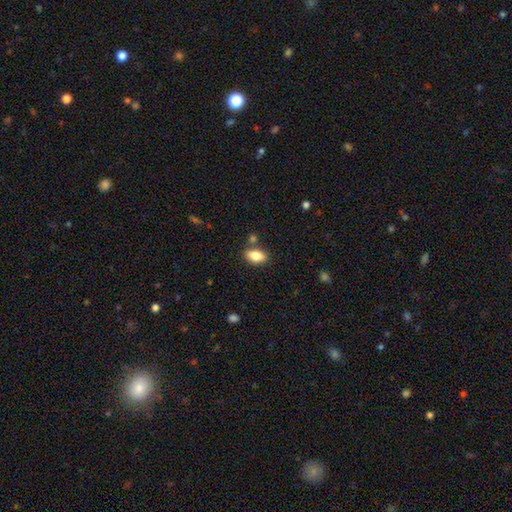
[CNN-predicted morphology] This appears to be a smooth galaxy with no disk features (83%) that is in between round and cigar-shaped (90%). Merging: none (78%).